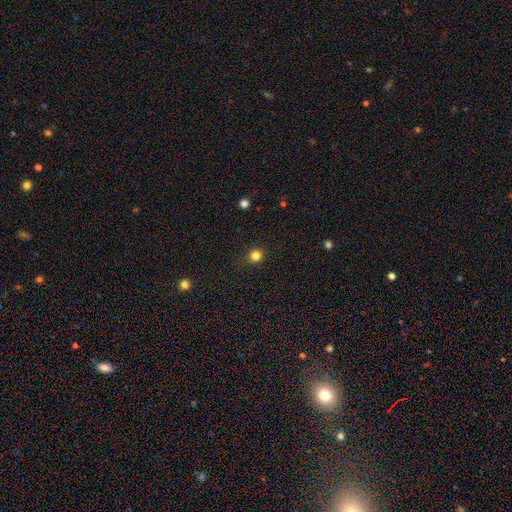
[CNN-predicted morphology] type=smooth (82%); roundness=round (90%); merging=none (89%).